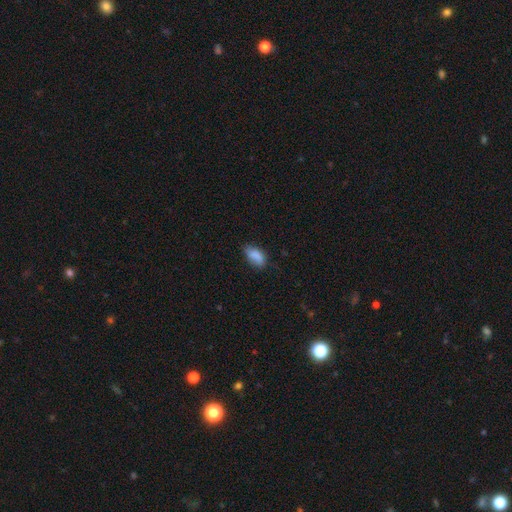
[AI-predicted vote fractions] Q: Smooth or featured?
A: smooth (83%); runner-up: featured or disk (9%)
Q: How rounded?
A: in between (91%); runner-up: round (5%)
Q: Merging?
A: none (59%); runner-up: minor disturbance (31%)